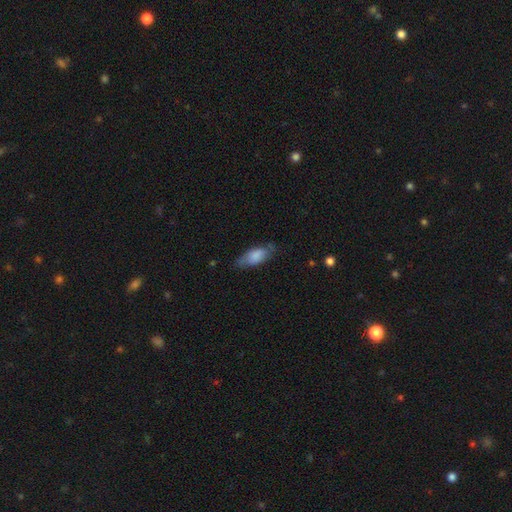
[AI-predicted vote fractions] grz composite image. It shows a smooth galaxy with no disk features (76%) that is in between round and cigar-shaped (80%). Merging: none (67%).